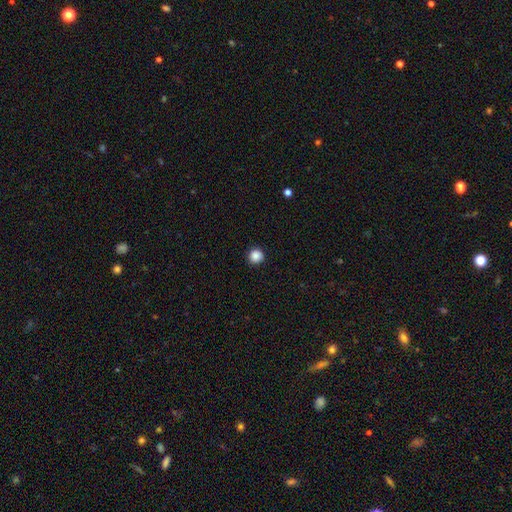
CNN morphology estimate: Smooth or featured? Predicted: smooth (p=0.86). How rounded? Predicted: round (p=0.94). Merging? Predicted: none (p=0.91).